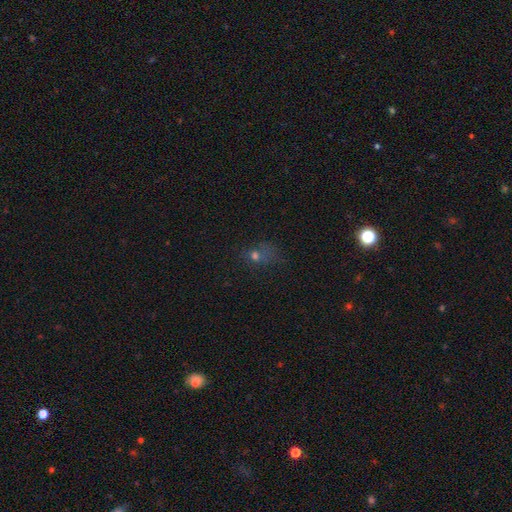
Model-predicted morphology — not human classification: Overall: smooth (52%; star or artifact 31%). How rounded: round (56%; in between 42%). Merging: none (41%; major disturbance 28%).